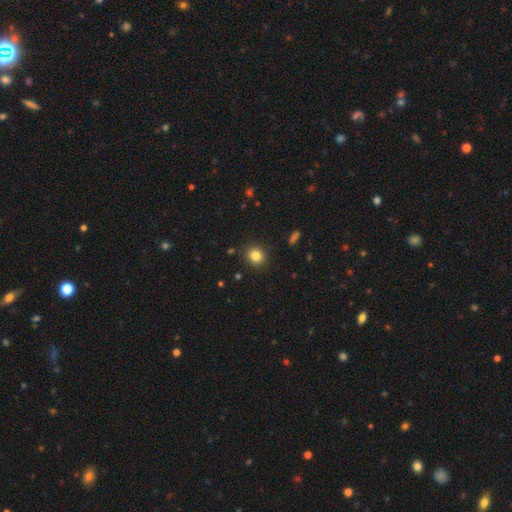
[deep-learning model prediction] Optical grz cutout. It shows a smooth galaxy with no disk features (83%) that is round (77%). Merging: none (89%).